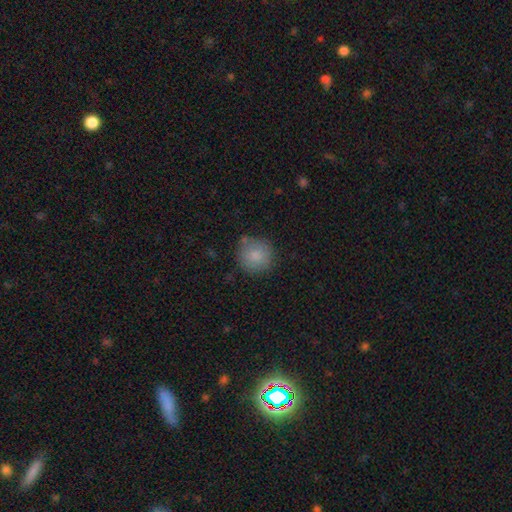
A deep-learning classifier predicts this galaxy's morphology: smooth-or-featured: smooth: 85% | star or artifact: 8% | featured or disk: 7%
  how-rounded: round: 93% | in between: 6% | cigar-shaped: 1%
  merging: none: 75% | minor disturbance: 16% | merger: 5% | major disturbance: 4%